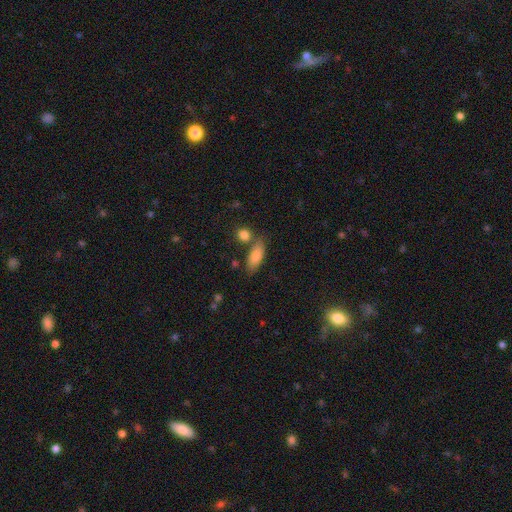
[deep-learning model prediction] Smooth or featured? smooth (81%)
How rounded? in between (73%)
Merging? none (67%)